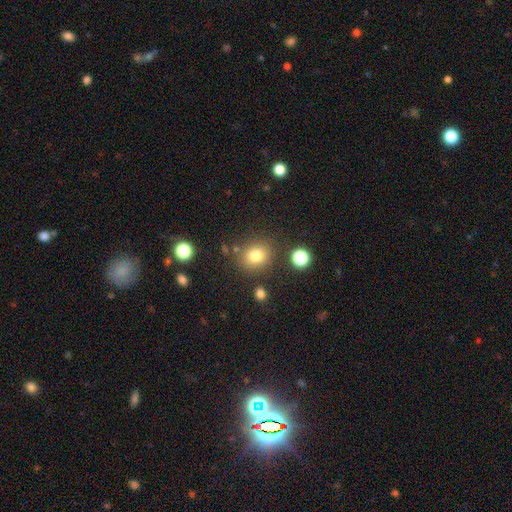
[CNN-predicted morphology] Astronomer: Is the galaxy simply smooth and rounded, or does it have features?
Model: smooth — 78%.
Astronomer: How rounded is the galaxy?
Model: round — 78%.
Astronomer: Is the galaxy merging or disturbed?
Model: none — 81%.